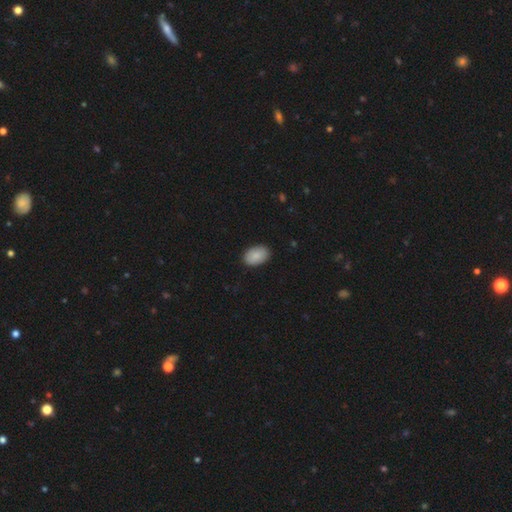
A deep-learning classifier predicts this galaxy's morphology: This is clearly a smooth galaxy (89%). How rounded: clearly in between (90%). Merging: clearly none (89%).